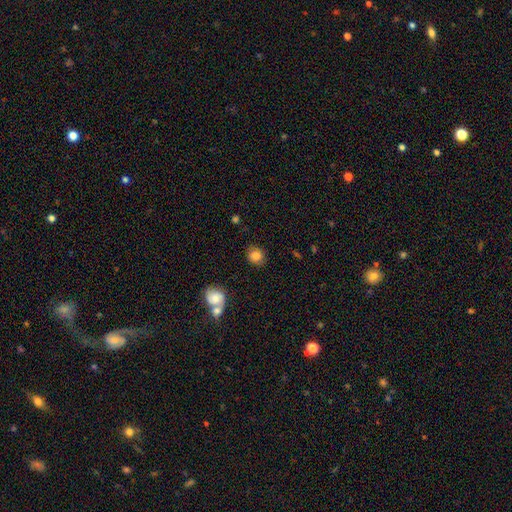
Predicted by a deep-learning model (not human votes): Overall: smooth (83%). How rounded: round (83%). Merging: none (83%).